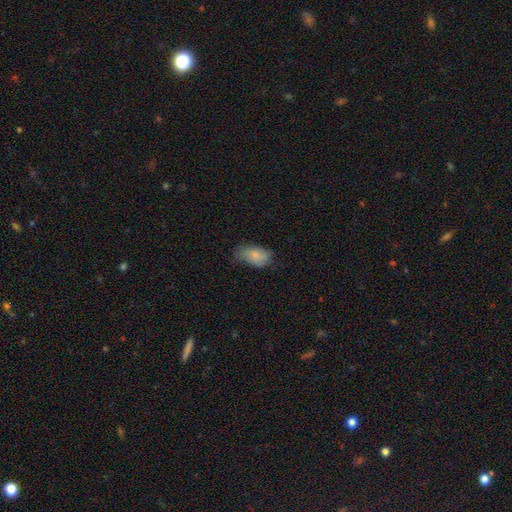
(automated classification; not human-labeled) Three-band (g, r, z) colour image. It shows a smooth galaxy with no disk features (80%) that is in between round and cigar-shaped (93%). Merging: none (43%).